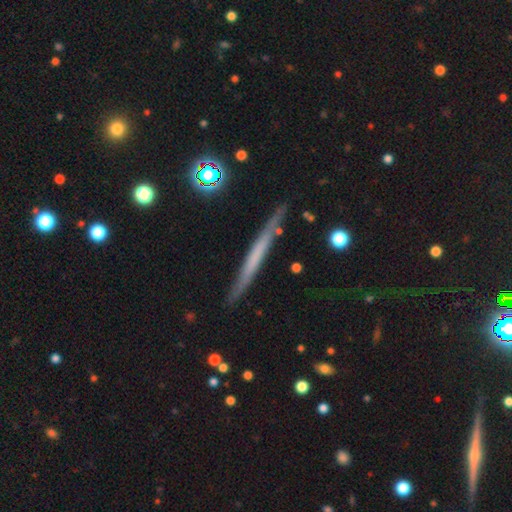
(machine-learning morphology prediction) Smooth or featured: featured or disk — 52% (smooth — 40%)
Edge-on disk: yes — 95% (no — 5%)
Merging: none — 86% (minor disturbance — 11%)